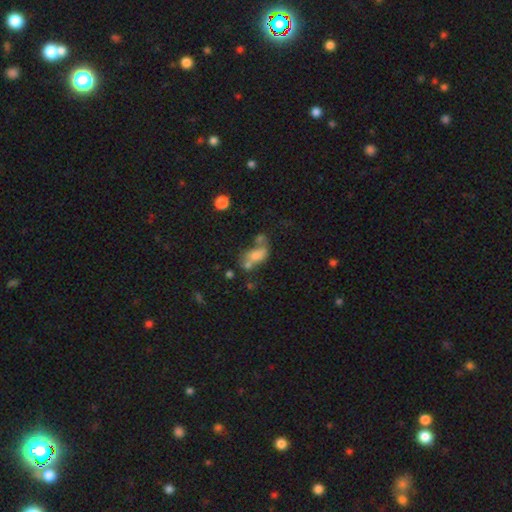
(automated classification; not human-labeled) Q: Smooth or featured?
A: smooth (64%); runner-up: featured or disk (23%)
Q: How rounded?
A: in between (85%); runner-up: round (12%)
Q: Merging?
A: merger (44%); runner-up: none (25%)